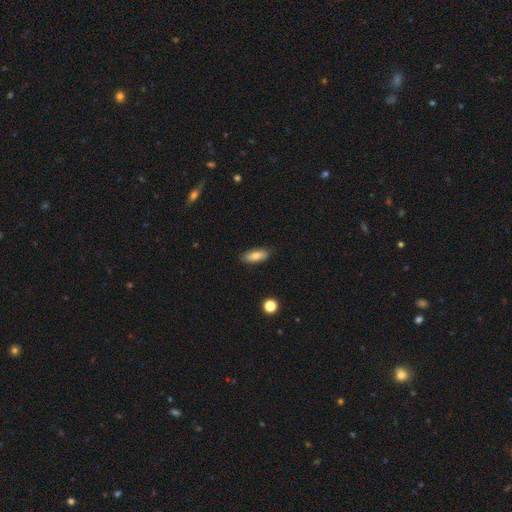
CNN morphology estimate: A smooth galaxy with no disk features (75%) that is in between round and cigar-shaped (72%).

Vote fractions:
- Smooth or featured? smooth: 75% / featured or disk: 18% / star or artifact: 7%
- How rounded? in between: 72% / cigar-shaped: 25% / round: 3%
- Merging? none: 86% / minor disturbance: 11% / major disturbance: 2% / merger: 1%